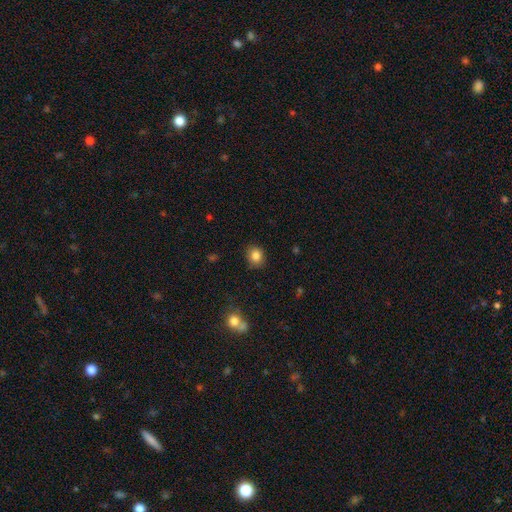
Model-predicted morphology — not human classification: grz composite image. It shows a smooth galaxy with no disk features (84%) that is round (73%). Merging: none (86%).